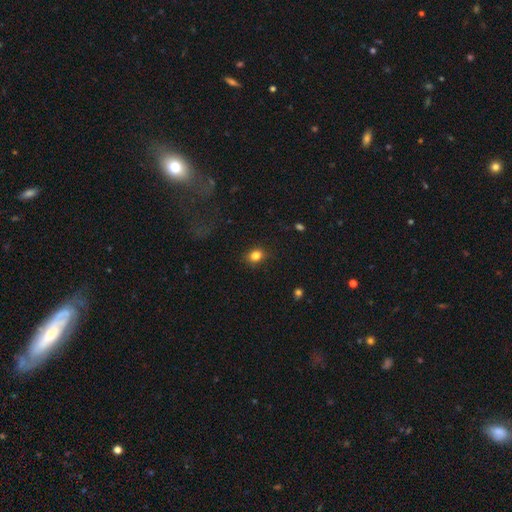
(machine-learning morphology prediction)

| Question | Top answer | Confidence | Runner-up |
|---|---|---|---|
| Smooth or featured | smooth | 83% | star or artifact (11%) |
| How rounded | round | 53% | in between (46%) |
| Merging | none | 84% | minor disturbance (12%) |